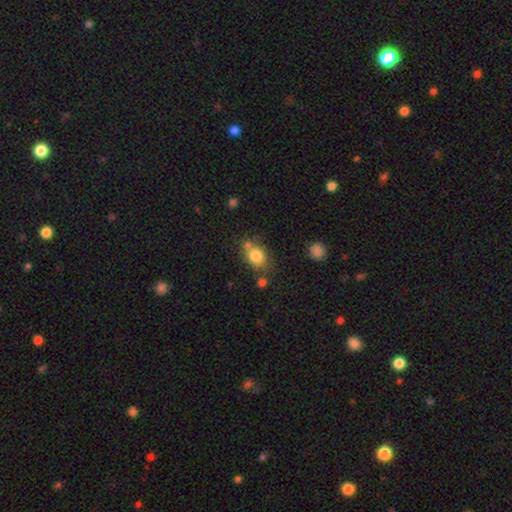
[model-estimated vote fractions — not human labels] A smooth galaxy with no disk features (81%) that is in between round and cigar-shaped (50%). Merging: none (59%).